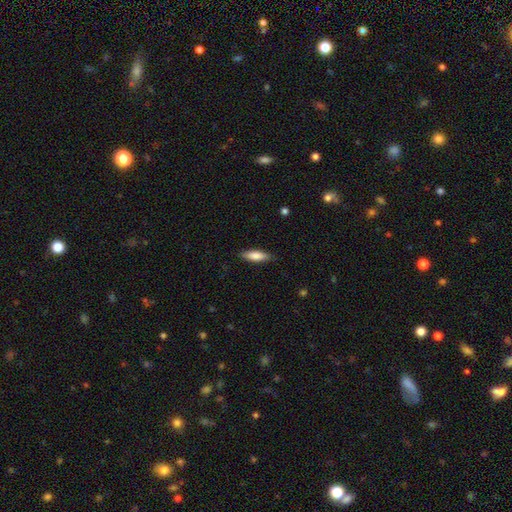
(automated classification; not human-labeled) Smooth or featured? Predicted: smooth (p=0.80). How rounded? Predicted: cigar-shaped (p=0.52). Merging? Predicted: none (p=0.86).